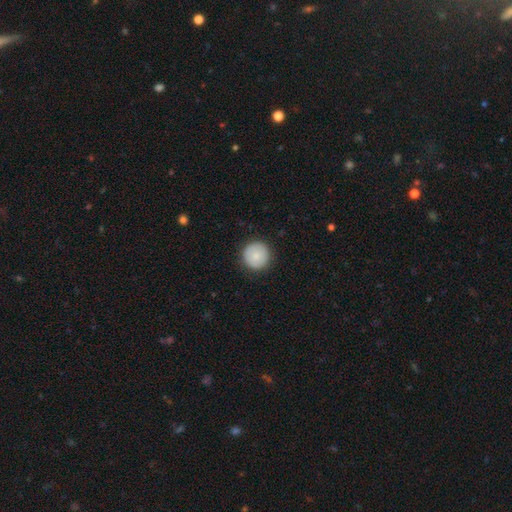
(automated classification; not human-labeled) smooth 82%, featured or disk 11%, star or artifact 7%. Down the decision tree: how rounded — round (96%); merging — none (91%).